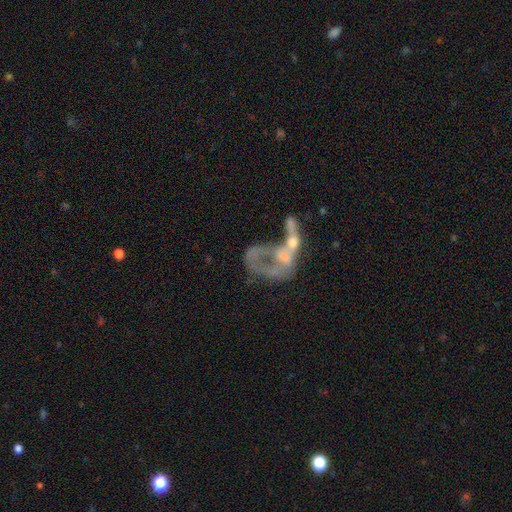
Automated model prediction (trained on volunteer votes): Q: Smooth or featured?
A: featured or disk (59%); runner-up: smooth (28%)
Q: Edge-on disk?
A: no (96%); runner-up: yes (4%)
Q: Bar?
A: no (85%); runner-up: weak (12%)
Q: Spiral arms?
A: no (82%); runner-up: yes (18%)
Q: Bulge size?
A: none (44%); runner-up: moderate (28%)
Q: Merging?
A: merger (57%); runner-up: major disturbance (27%)